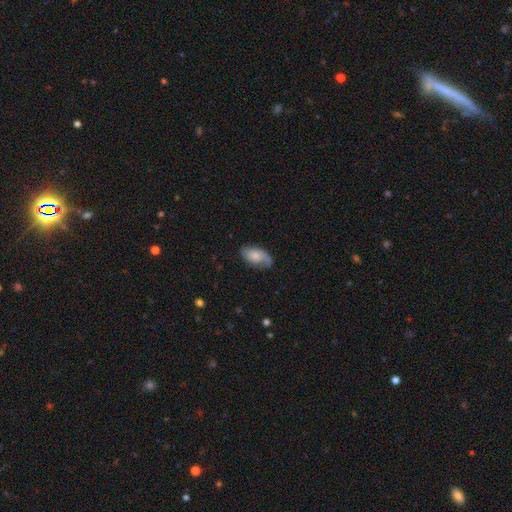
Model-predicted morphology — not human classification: The model was most divided on "smooth or featured" (2-way tie): featured or disk: 47%, smooth: 47%, star or artifact: 7%. More confident: merging — none (66%).